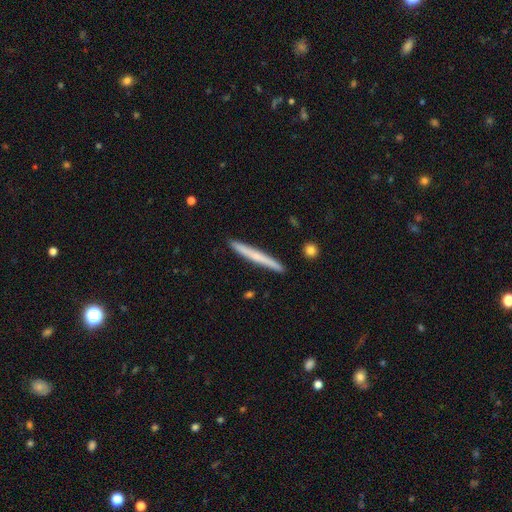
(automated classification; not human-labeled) smooth 51%, featured or disk 43%, star or artifact 6%. Down the decision tree: how rounded — cigar-shaped (97%); merging — none (92%).